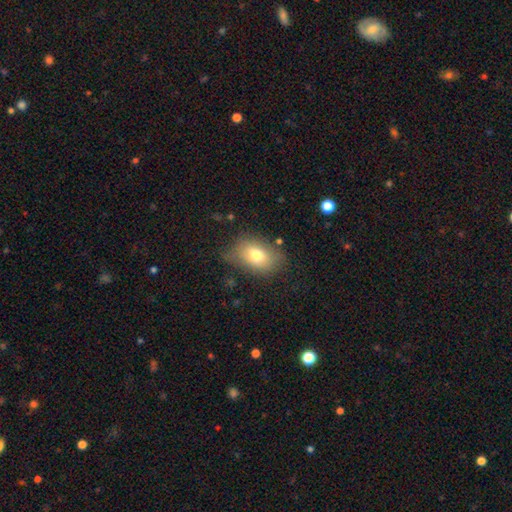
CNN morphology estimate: Smooth or featured? smooth (74%)
How rounded? in between (82%)
Merging? none (68%)